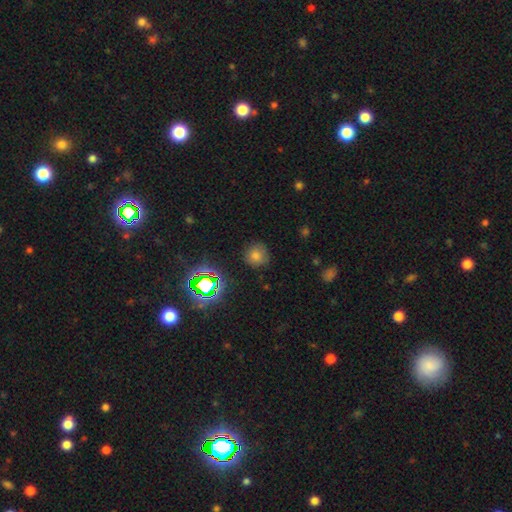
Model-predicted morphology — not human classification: Q: Smooth or featured?
A: smooth (71%); runner-up: star or artifact (21%)
Q: How rounded?
A: round (90%); runner-up: in between (9%)
Q: Merging?
A: none (82%); runner-up: minor disturbance (12%)